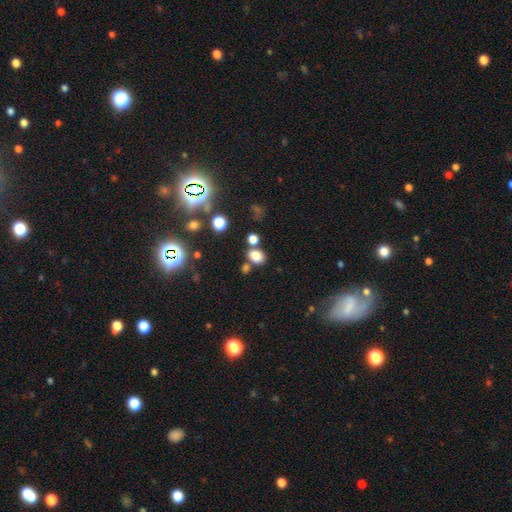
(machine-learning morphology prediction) smooth_or_featured: smooth (p=0.79) [alt: star or artifact p=0.14]
how_rounded: in between (p=0.63) [alt: round p=0.35]
merging: none (p=0.66) [alt: merger p=0.17]